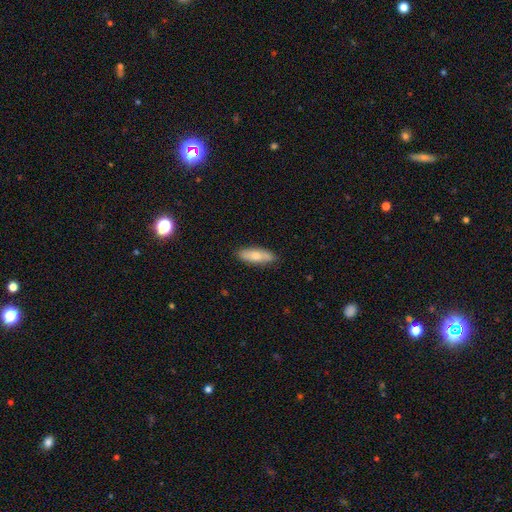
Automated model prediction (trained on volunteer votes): smooth-or-featured: smooth: 71% | featured or disk: 23% | star or artifact: 6%
  how-rounded: in between: 58% | cigar-shaped: 40% | round: 2%
  merging: none: 87% | minor disturbance: 10% | major disturbance: 2% | merger: 1%